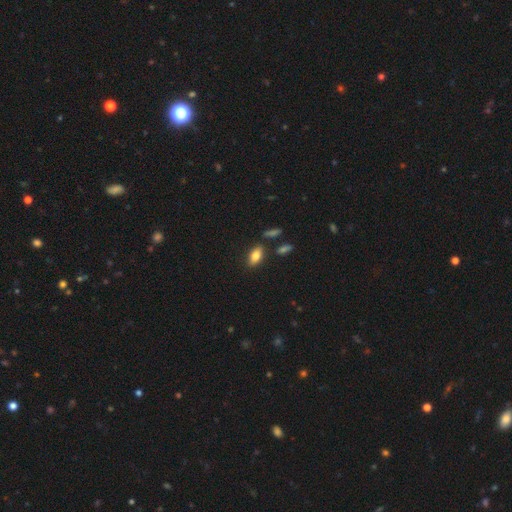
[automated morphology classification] smooth_or_featured: smooth (p=0.79) [alt: featured or disk p=0.13]
how_rounded: in between (p=0.87) [alt: cigar-shaped p=0.09]
merging: none (p=0.79) [alt: minor disturbance p=0.12]